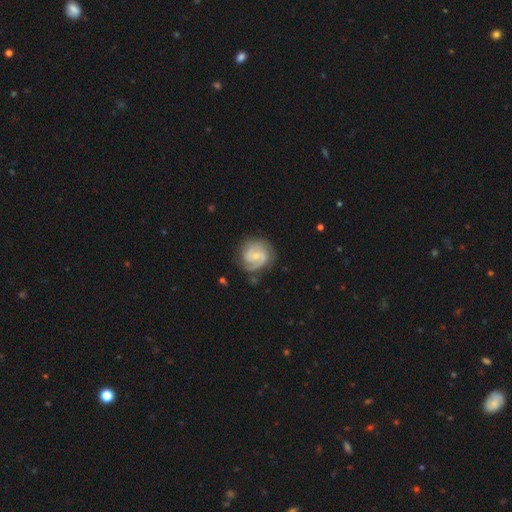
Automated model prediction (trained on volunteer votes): This appears to be a featured or disk galaxy (85%) with no bar (46%), 2 (74%) tight (45%) spiral arms (97%) and a small central bulge (65%). Merging: none (74%).